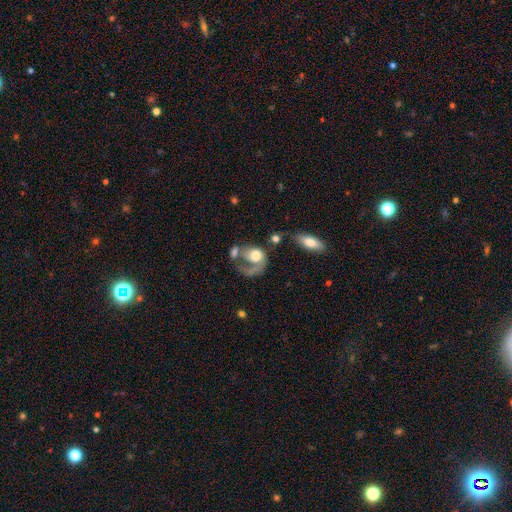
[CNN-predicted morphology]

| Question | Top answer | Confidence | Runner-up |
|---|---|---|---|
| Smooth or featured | featured or disk | 57% | smooth (36%) |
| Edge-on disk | no | 97% | yes (3%) |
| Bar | no | 79% | weak (17%) |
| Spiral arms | yes | 75% | no (25%) |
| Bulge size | moderate | 47% | large (36%) |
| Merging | major disturbance | 41% | merger (25%) |